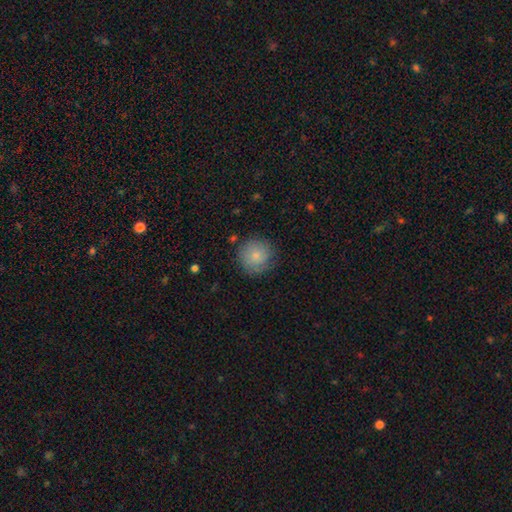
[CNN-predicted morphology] A smooth galaxy with no disk features (80%) that is round (94%).

Vote fractions:
- Smooth or featured? smooth: 80% / featured or disk: 12% / star or artifact: 7%
- How rounded? round: 94% / in between: 5% / cigar-shaped: 1%
- Merging? none: 82% / minor disturbance: 13% / major disturbance: 3% / merger: 2%